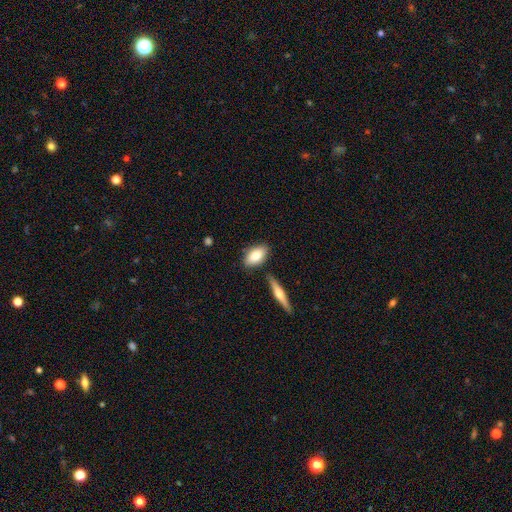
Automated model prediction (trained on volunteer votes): A smooth galaxy with no disk features (79%) that is in between round and cigar-shaped (89%).

Vote fractions:
- Smooth or featured? smooth: 79% / featured or disk: 15% / star or artifact: 6%
- How rounded? in between: 89% / cigar-shaped: 6% / round: 5%
- Merging? none: 78% / minor disturbance: 12% / merger: 7% / major disturbance: 3%